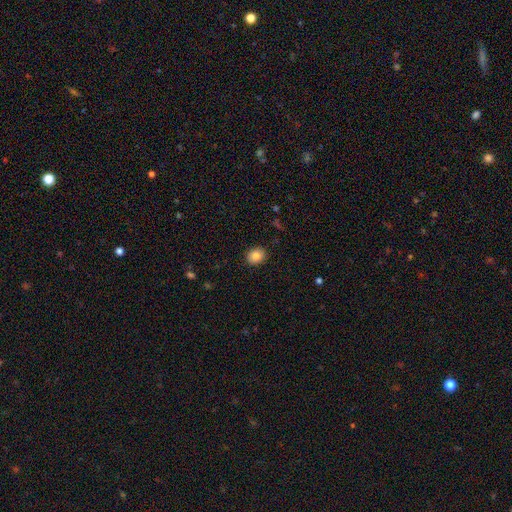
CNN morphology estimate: This appears to be a smooth galaxy with no disk features (86%) that is round (55%). Merging: none (90%).